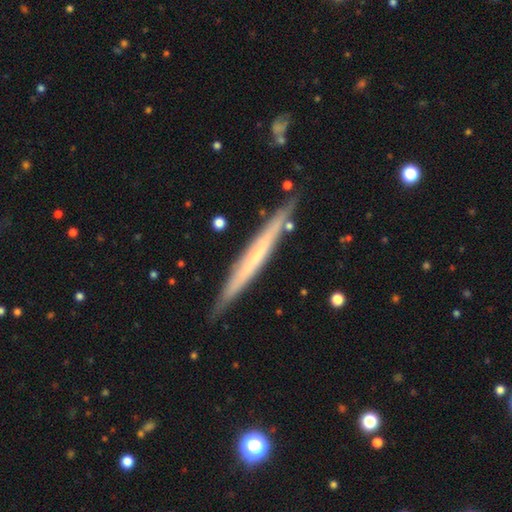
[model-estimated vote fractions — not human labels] The model was most divided on "smooth or featured": featured or disk: 58%, smooth: 36%, star or artifact: 6%. More confident: edge-on disk — yes (95%); merging — none (86%); edge-on bulge — none (80%).